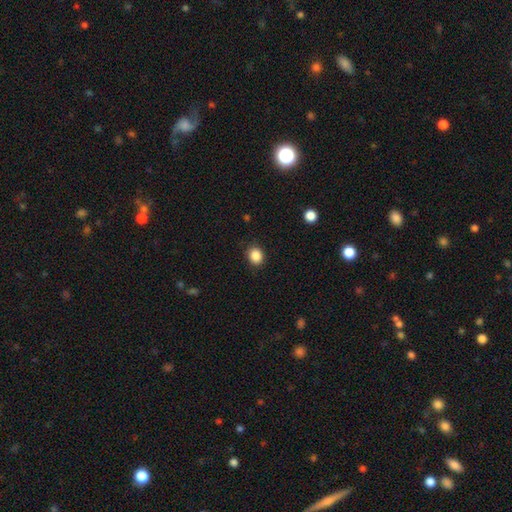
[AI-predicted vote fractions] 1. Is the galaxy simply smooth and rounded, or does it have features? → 87% smooth, 10% star or artifact, 3% featured or disk.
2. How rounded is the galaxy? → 68% round, 31% in between, 1% cigar-shaped.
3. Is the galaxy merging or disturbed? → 88% none, 9% minor disturbance, 2% major disturbance, 1% merger.